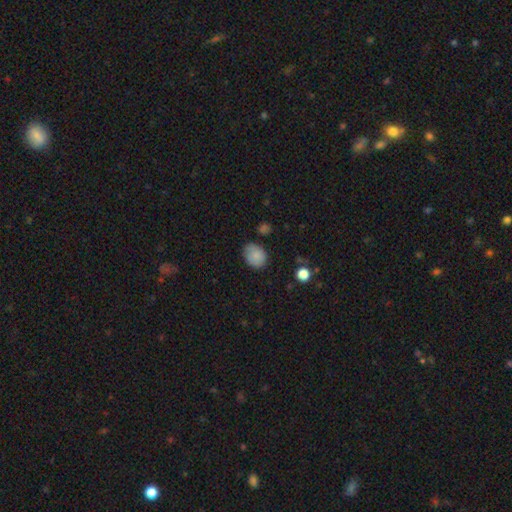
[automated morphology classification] Smooth or featured?
  - smooth: 83% *
  - featured or disk: 9%
  - star or artifact: 8%
How rounded?
  - in between: 61% *
  - round: 38%
  - cigar-shaped: 1%
Merging?
  - none: 74% *
  - minor disturbance: 20%
  - major disturbance: 4%
  - merger: 2%